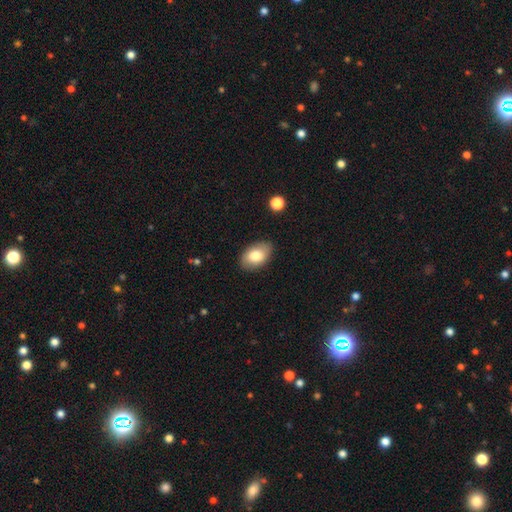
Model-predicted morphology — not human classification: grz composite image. It shows a smooth galaxy with no disk features (79%) that is in between round and cigar-shaped (91%). Merging: none (86%).